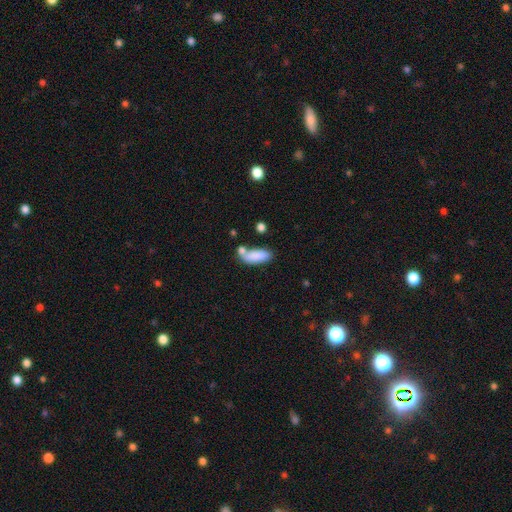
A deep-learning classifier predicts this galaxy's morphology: Smooth or featured: smooth — 82% (featured or disk — 10%)
How rounded: in between — 76% (cigar-shaped — 21%)
Merging: none — 45% (merger — 28%)